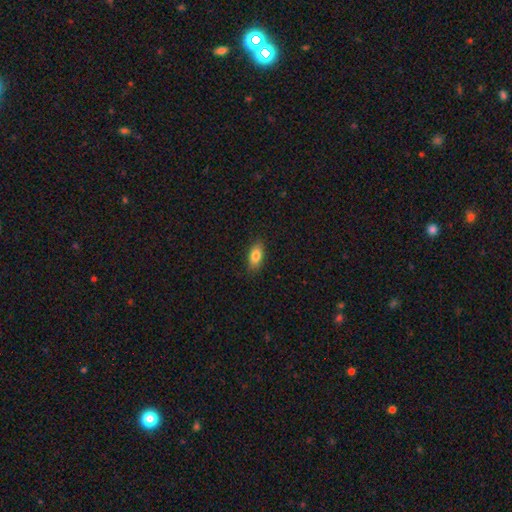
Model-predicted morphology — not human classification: Smooth or featured? Predicted: smooth (p=0.83). How rounded? Predicted: in between (p=0.87). Merging? Predicted: none (p=0.86).